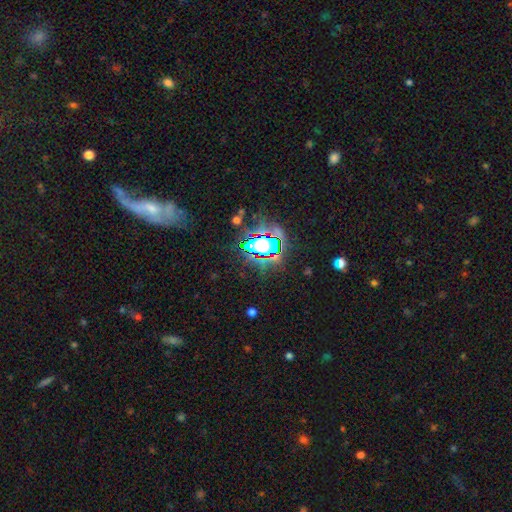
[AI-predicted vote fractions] Smooth or featured? Predicted: star or artifact (p=0.72).